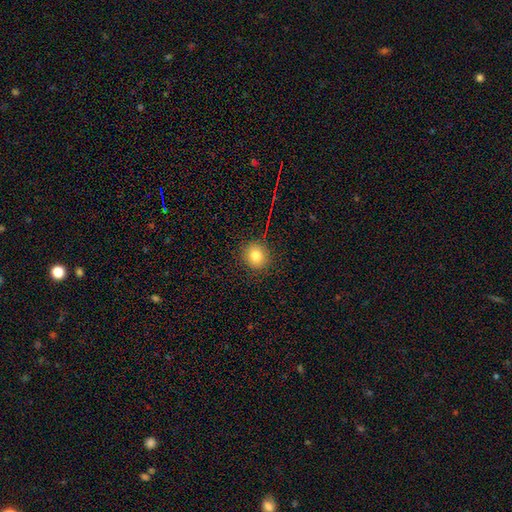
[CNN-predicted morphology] Q: Smooth or featured?
A: smooth (80%); runner-up: star or artifact (12%)
Q: How rounded?
A: round (84%); runner-up: in between (15%)
Q: Merging?
A: none (88%); runner-up: minor disturbance (8%)